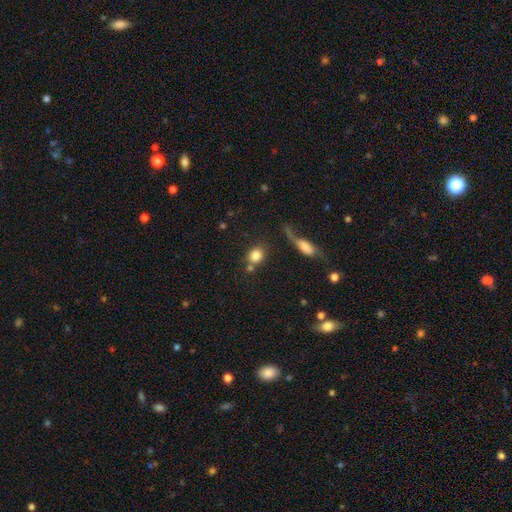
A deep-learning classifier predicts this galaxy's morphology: Q: Smooth or featured?
A: smooth (80%); runner-up: featured or disk (10%)
Q: How rounded?
A: round (67%); runner-up: in between (31%)
Q: Merging?
A: none (60%); runner-up: merger (23%)